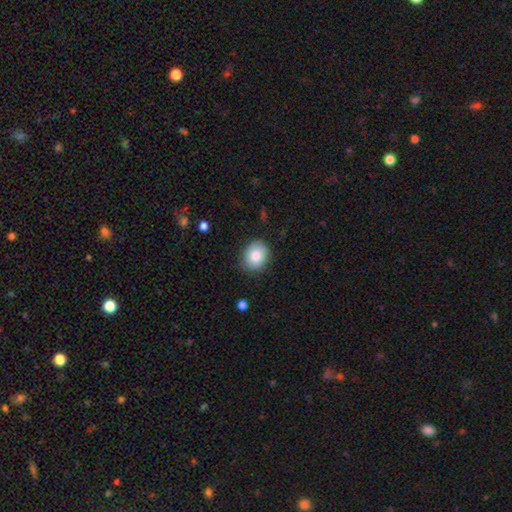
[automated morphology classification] Smooth or featured: smooth — 83% (featured or disk — 9%)
How rounded: round — 56% (in between — 43%)
Merging: none — 82% (minor disturbance — 14%)